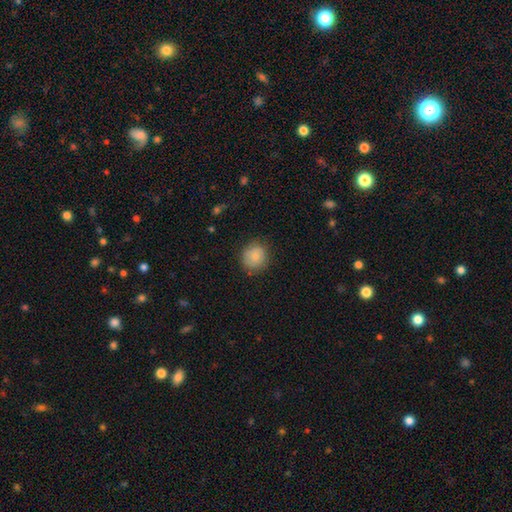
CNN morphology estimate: smooth-or-featured: smooth: 83% | featured or disk: 9% | star or artifact: 8%
  how-rounded: round: 87% | in between: 12% | cigar-shaped: 1%
  merging: none: 81% | minor disturbance: 14% | major disturbance: 4% | merger: 1%